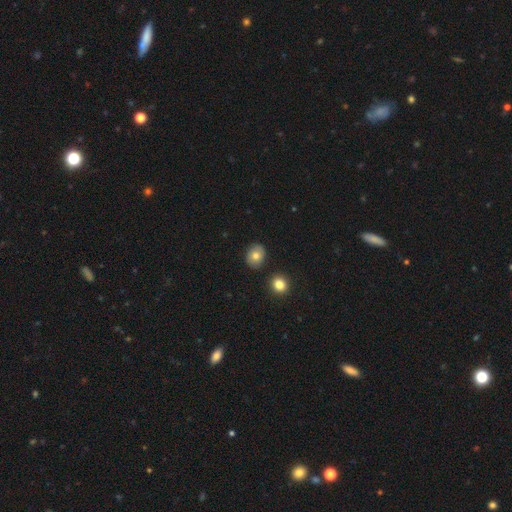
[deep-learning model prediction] smooth 74%, featured or disk 16%, star or artifact 10%. Down the decision tree: how rounded — round (62%); merging — none (85%).